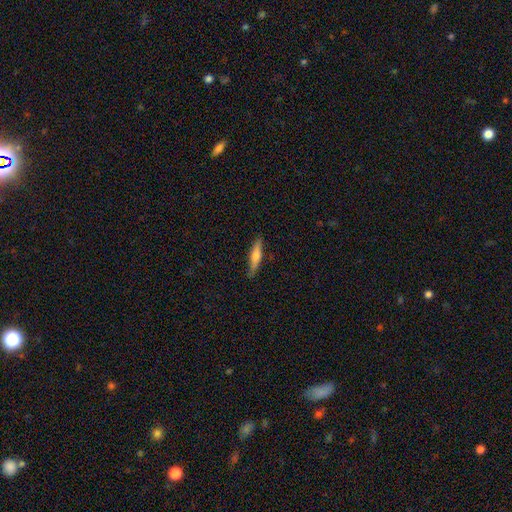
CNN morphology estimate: Smooth or featured?
  - smooth: 54% *
  - featured or disk: 40%
  - star or artifact: 6%
How rounded?
  - cigar-shaped: 84% *
  - in between: 14%
  - round: 2%
Merging?
  - none: 83% *
  - minor disturbance: 14%
  - major disturbance: 2%
  - merger: 1%